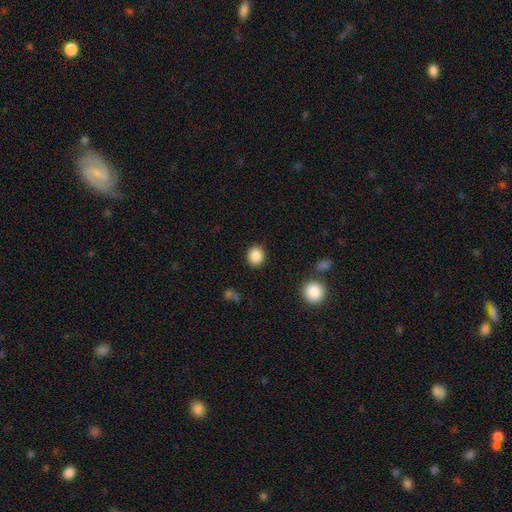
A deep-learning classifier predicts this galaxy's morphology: Smooth or featured? Predicted: smooth (p=0.88). How rounded? Predicted: round (p=0.75). Merging? Predicted: none (p=0.89).